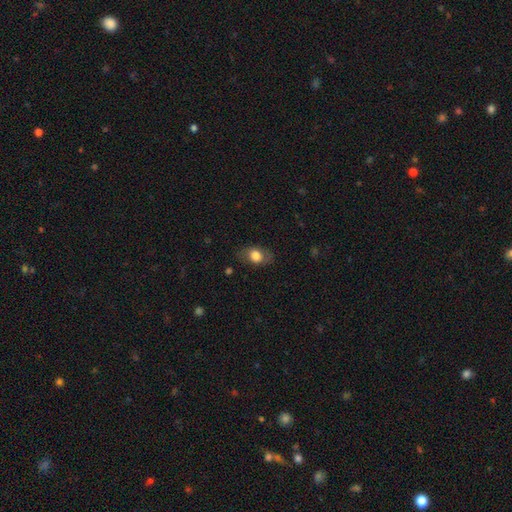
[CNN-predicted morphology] Smooth or featured?
  - smooth: 75% *
  - featured or disk: 17%
  - star or artifact: 8%
How rounded?
  - in between: 79% *
  - round: 18%
  - cigar-shaped: 2%
Merging?
  - none: 77% *
  - minor disturbance: 16%
  - major disturbance: 6%
  - merger: 1%